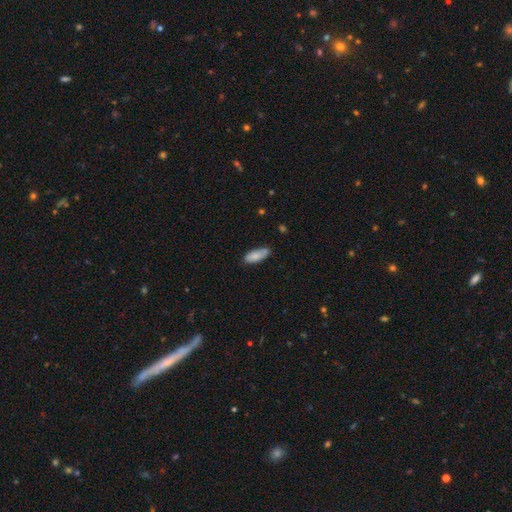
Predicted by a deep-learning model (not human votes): Smooth or featured?
  - smooth: 82% *
  - featured or disk: 11%
  - star or artifact: 7%
How rounded?
  - in between: 78% *
  - cigar-shaped: 20%
  - round: 2%
Merging?
  - none: 66% *
  - minor disturbance: 26%
  - major disturbance: 4%
  - merger: 4%